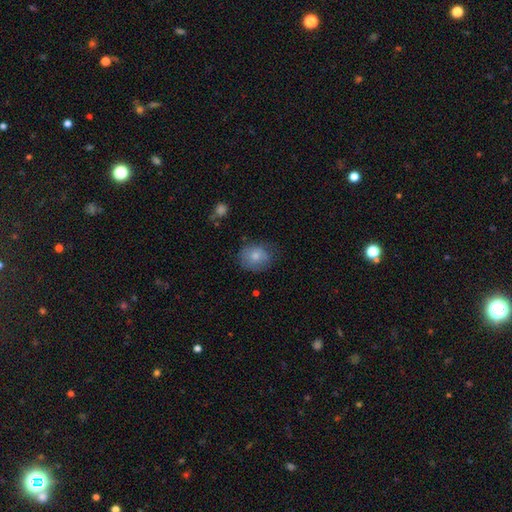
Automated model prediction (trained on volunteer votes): Overall: smooth (75%). How rounded: round (64%; in between 36%). Merging: none (62%; minor disturbance 27%).